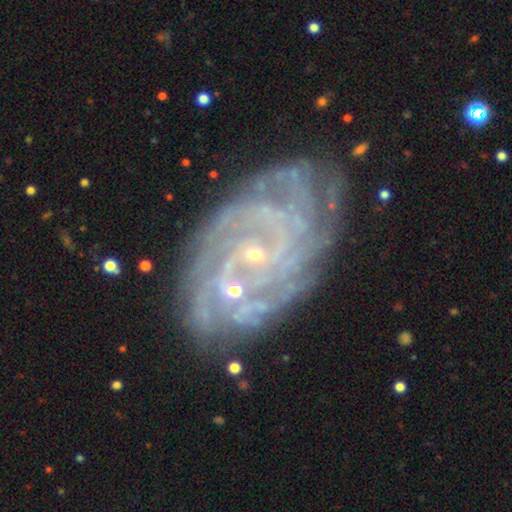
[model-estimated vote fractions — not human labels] smooth-or-featured: featured or disk: 85% | star or artifact: 9% | smooth: 6%
  disk-edge-on: no: 96% | yes: 4%
    bar: no: 61% | weak: 28% | strong: 10%
    has-spiral-arms: yes: 97% | no: 3%
      spiral-winding: tight: 78% | medium: 18% | loose: 4%
      spiral-arm-count: more than 4: 28% | can't tell: 23% | 4: 20% | 3: 11% | 2: 10% | 1: 8%
    bulge-size: small: 85% | moderate: 10% | none: 3% | large: 1% | dominant: 1%
  merging: none: 75% | minor disturbance: 16% | major disturbance: 5% | merger: 4%